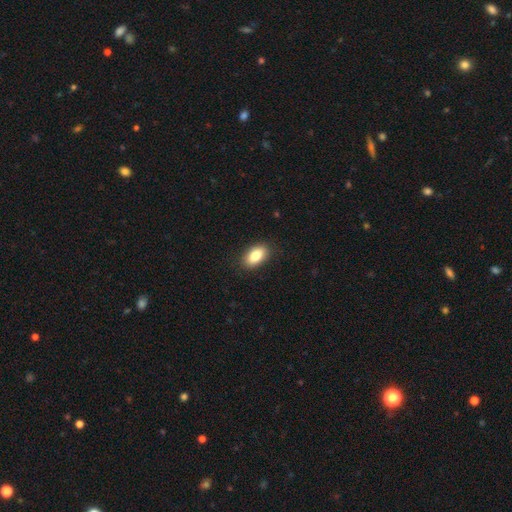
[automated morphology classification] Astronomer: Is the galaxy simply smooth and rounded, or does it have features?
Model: smooth — 84%.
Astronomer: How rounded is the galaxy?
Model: in between — 91%.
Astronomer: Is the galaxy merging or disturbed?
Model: none — 88%.